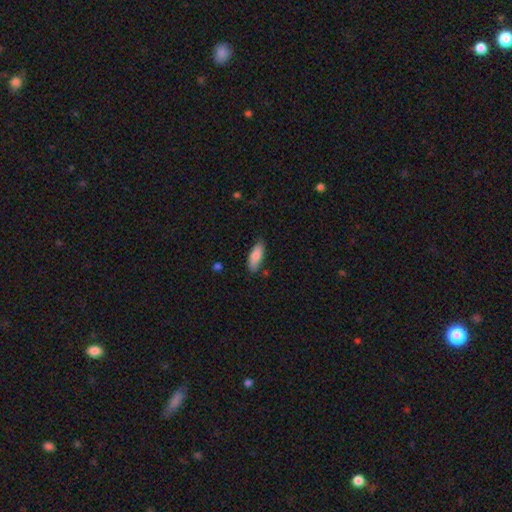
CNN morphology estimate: Overall: smooth (85%). How rounded: in between (71%). Merging: none (78%).